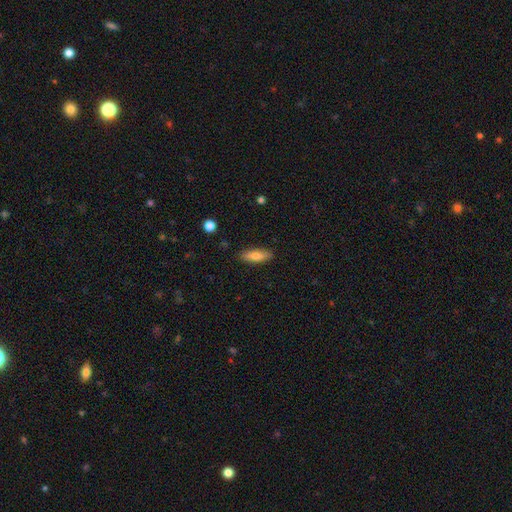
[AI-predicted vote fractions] Morphology: type=smooth (78%); roundness=in between (49%, tied with cigar-shaped); merging=none (87%).